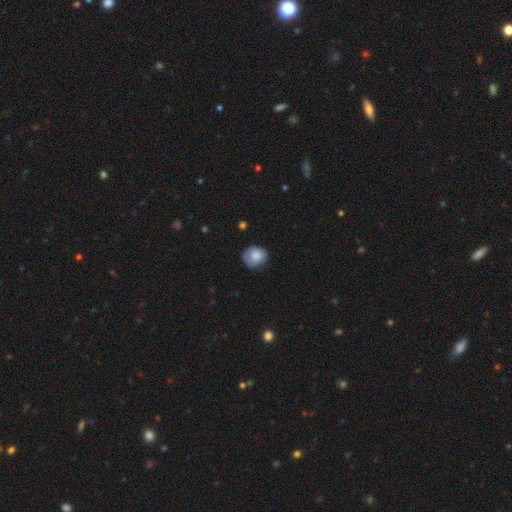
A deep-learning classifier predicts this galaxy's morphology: This is likely a smooth galaxy (79%). How rounded: likely round (79%). Merging: likely none (60%).